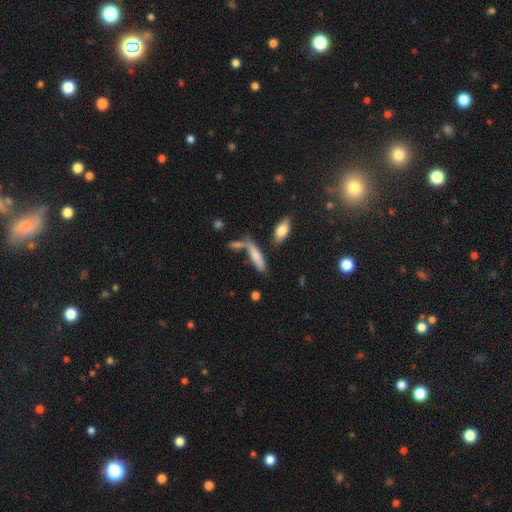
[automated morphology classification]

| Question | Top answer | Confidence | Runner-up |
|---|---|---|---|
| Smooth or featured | smooth | 75% | featured or disk (17%) |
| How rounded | cigar-shaped | 58% | in between (40%) |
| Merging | none | 49% | merger (26%) |